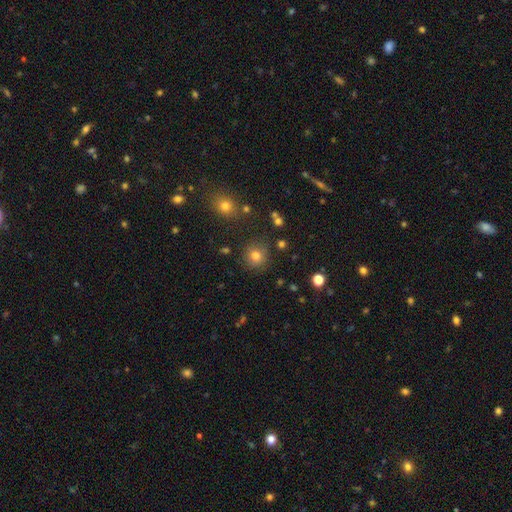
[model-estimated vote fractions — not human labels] smooth 79%, star or artifact 14%, featured or disk 7%. Down the decision tree: how rounded — round (89%); merging — none (84%).